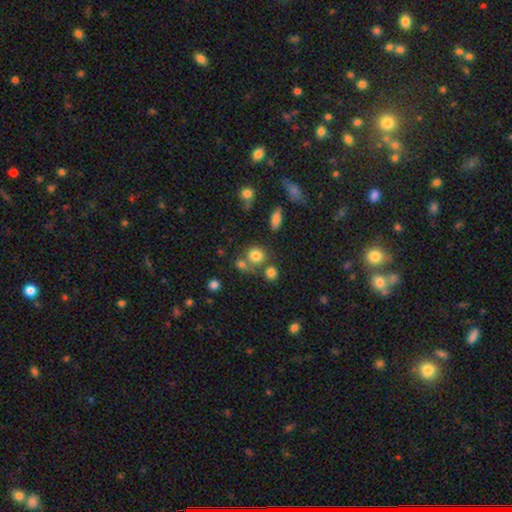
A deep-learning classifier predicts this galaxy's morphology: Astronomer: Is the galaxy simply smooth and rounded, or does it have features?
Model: smooth — 78%.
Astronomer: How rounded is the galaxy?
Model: round — 83%.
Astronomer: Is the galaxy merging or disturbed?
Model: none — 62%.